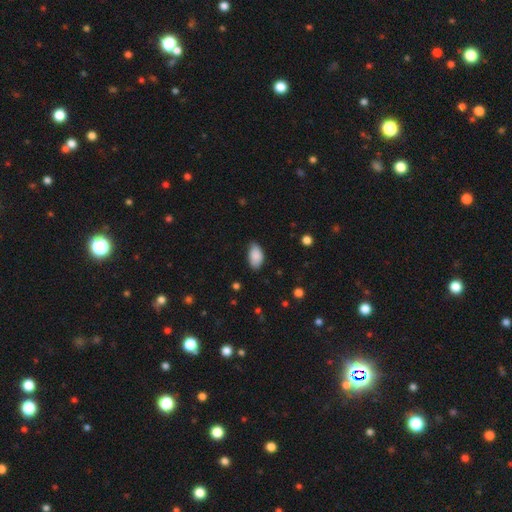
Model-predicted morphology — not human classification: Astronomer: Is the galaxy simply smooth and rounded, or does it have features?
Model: smooth — 88%.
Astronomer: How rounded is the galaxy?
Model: in between — 94%.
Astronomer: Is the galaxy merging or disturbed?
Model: none — 74%.